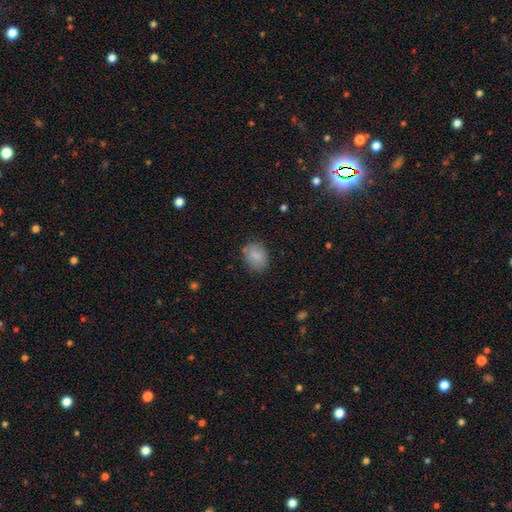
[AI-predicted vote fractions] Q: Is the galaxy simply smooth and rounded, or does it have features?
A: smooth — 84%.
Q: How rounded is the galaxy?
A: in between — 59%.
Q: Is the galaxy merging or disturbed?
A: none — 78%.